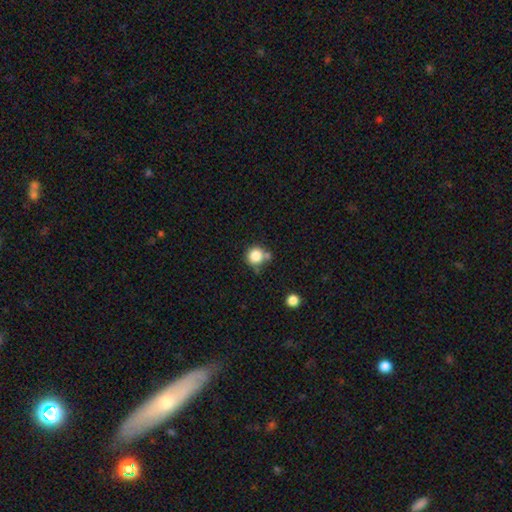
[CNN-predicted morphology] This is clearly a smooth galaxy (83%). How rounded: clearly round (91%). Merging: likely none (61%).